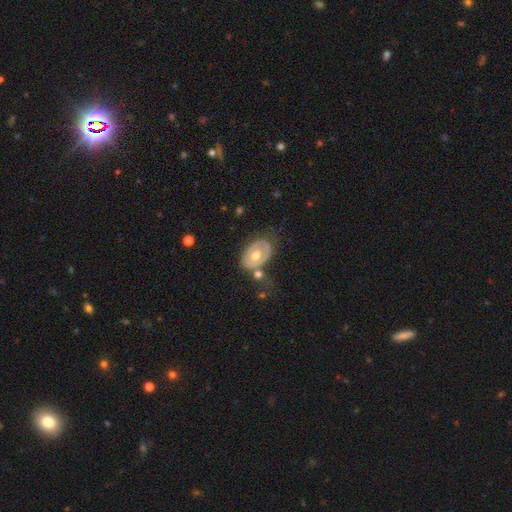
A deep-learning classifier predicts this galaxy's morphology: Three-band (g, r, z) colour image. It shows a featured or disk galaxy (56%) with no bar (81%), no spiral arms (76%) and a moderate central bulge (76%). Merging: none (56%).